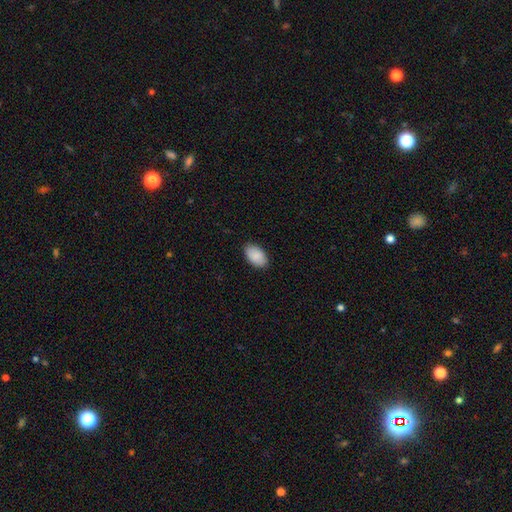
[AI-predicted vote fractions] This is clearly a smooth galaxy (90%). How rounded: clearly in between (94%). Merging: clearly none (87%).